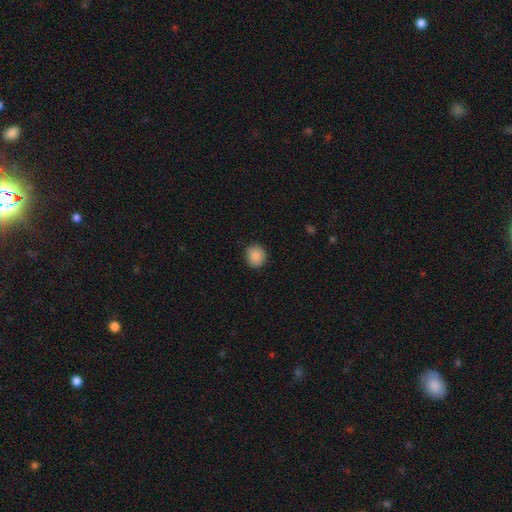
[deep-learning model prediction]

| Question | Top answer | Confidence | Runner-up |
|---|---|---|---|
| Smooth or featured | smooth | 88% | star or artifact (8%) |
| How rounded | round | 88% | in between (11%) |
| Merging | none | 90% | minor disturbance (7%) |